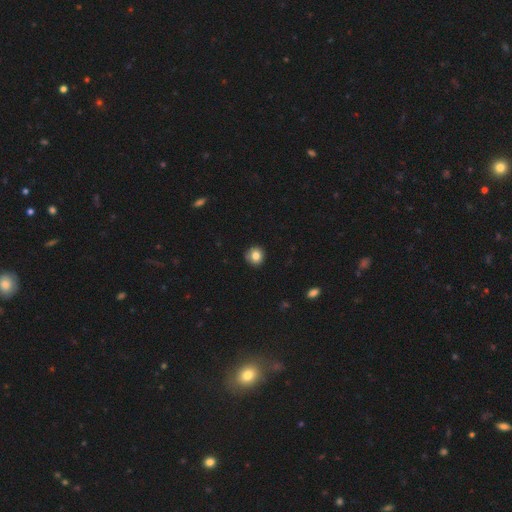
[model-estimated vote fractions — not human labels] A smooth galaxy with no disk features (83%) that is round (90%). Merging: none (86%).